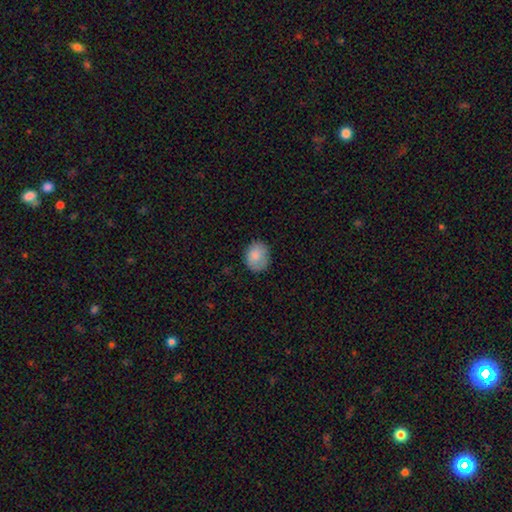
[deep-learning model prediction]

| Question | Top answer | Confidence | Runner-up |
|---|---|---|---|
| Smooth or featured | smooth | 84% | featured or disk (8%) |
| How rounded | round | 60% | in between (39%) |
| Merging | none | 76% | minor disturbance (18%) |